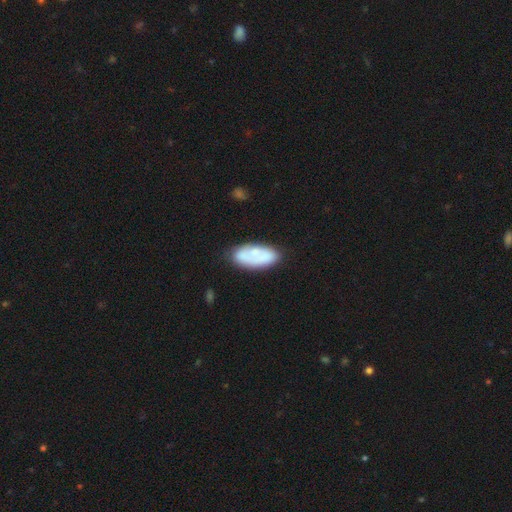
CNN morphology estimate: smooth-or-featured: smooth: 62% | featured or disk: 31% | star or artifact: 7%
  how-rounded: in between: 89% | cigar-shaped: 8% | round: 3%
  merging: none: 71% | minor disturbance: 19% | major disturbance: 5% | merger: 5%